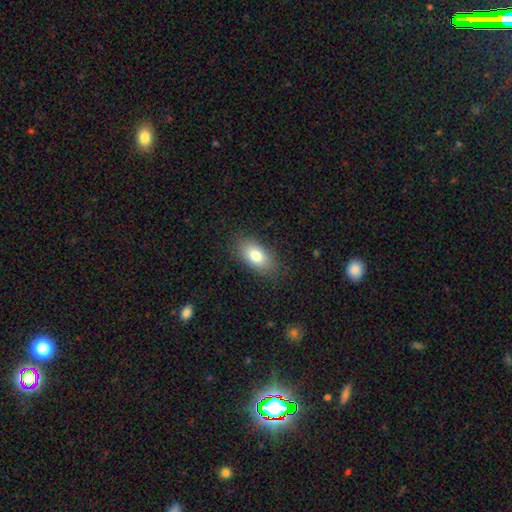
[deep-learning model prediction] Smooth or featured?
  - smooth: 78% *
  - featured or disk: 14%
  - star or artifact: 8%
How rounded?
  - in between: 90% *
  - round: 6%
  - cigar-shaped: 5%
Merging?
  - none: 85% *
  - minor disturbance: 11%
  - major disturbance: 3%
  - merger: 1%